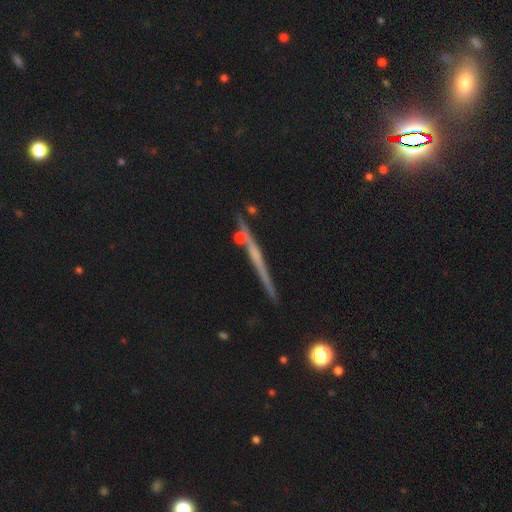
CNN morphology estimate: featured or disk 57%, smooth 30%, star or artifact 13%. Down the decision tree: edge-on disk — yes (95%); edge-on bulge — none (82%); merging — none (83%).